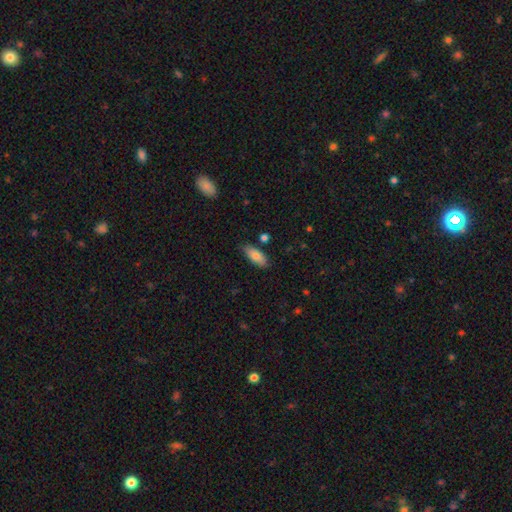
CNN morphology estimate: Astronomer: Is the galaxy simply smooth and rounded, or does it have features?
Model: smooth — 82%.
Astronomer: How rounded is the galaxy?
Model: in between — 79%.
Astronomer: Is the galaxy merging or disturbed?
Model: none — 80%.